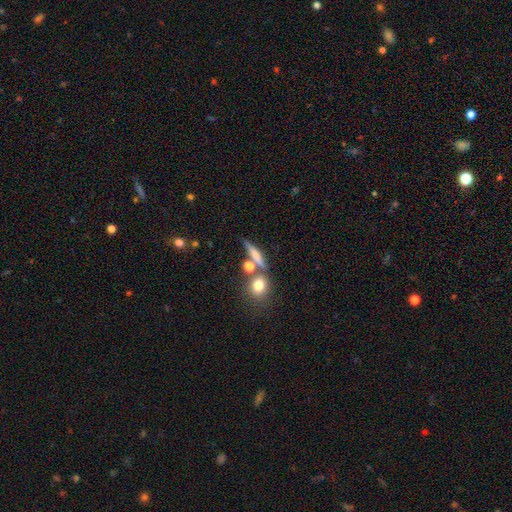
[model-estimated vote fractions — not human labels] Smooth or featured? smooth (55%)
How rounded? cigar-shaped (54%)
Merging? none (65%)